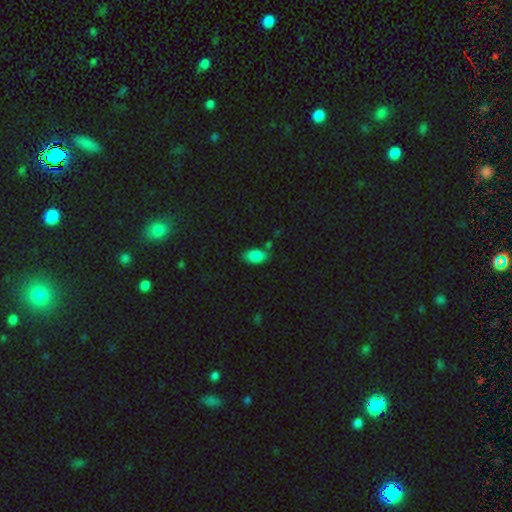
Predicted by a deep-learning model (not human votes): smooth_or_featured: smooth (p=0.85) [alt: star or artifact p=0.09]
how_rounded: in between (p=0.92) [alt: round p=0.05]
merging: none (p=0.70) [alt: minor disturbance p=0.19]